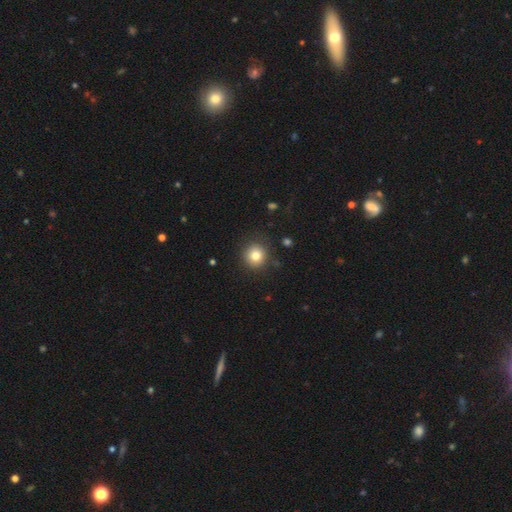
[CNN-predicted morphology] Smooth or featured? smooth (81%)
How rounded? round (92%)
Merging? none (87%)